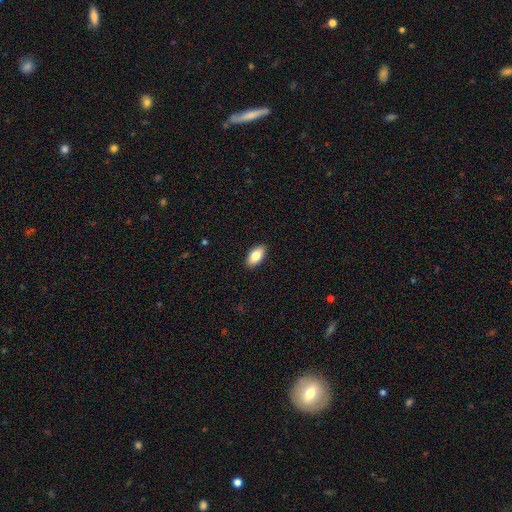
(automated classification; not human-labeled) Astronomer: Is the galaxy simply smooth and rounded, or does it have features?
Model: smooth — 84%.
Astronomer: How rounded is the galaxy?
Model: in between — 93%.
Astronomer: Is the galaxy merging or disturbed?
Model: none — 90%.